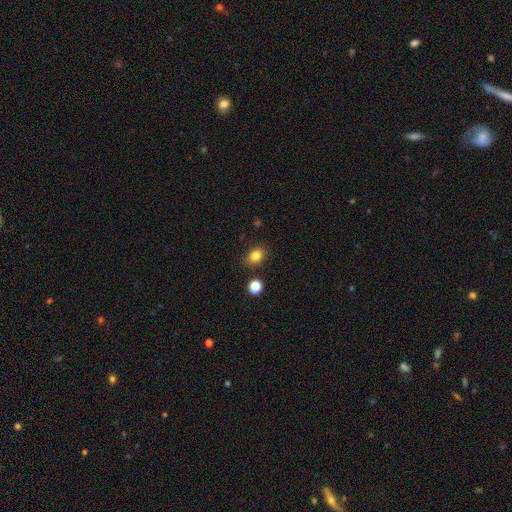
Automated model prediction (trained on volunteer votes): A smooth galaxy with no disk features (81%) that is in between round and cigar-shaped (53%).

Vote fractions:
- Smooth or featured? smooth: 81% / star or artifact: 12% / featured or disk: 7%
- How rounded? in between: 53% / round: 46% / cigar-shaped: 1%
- Merging? none: 84% / minor disturbance: 11% / merger: 3% / major disturbance: 3%